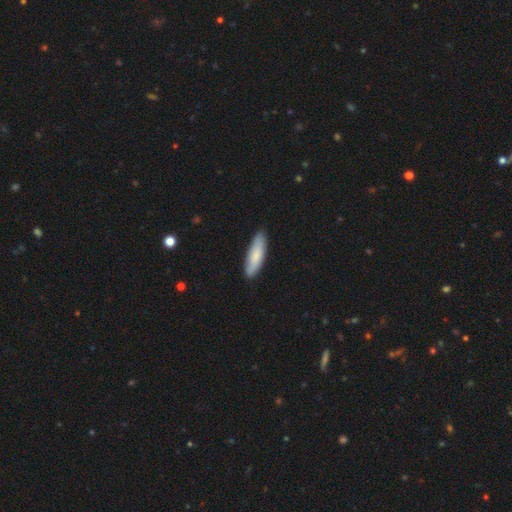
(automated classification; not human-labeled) Smooth or featured?
  - smooth: 79% *
  - featured or disk: 16%
  - star or artifact: 5%
How rounded?
  - cigar-shaped: 56% *
  - in between: 43%
  - round: 2%
Merging?
  - none: 85% *
  - minor disturbance: 12%
  - major disturbance: 2%
  - merger: 1%